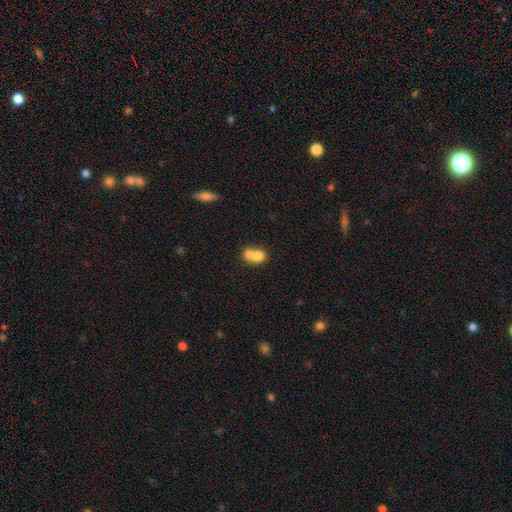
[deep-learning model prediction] A smooth galaxy with no disk features (73%) that is round (53%).

Vote fractions:
- Smooth or featured? smooth: 73% / featured or disk: 18% / star or artifact: 9%
- How rounded? round: 53% / in between: 46% / cigar-shaped: 1%
- Merging? merger: 70% / none: 21% / minor disturbance: 6% / major disturbance: 3%